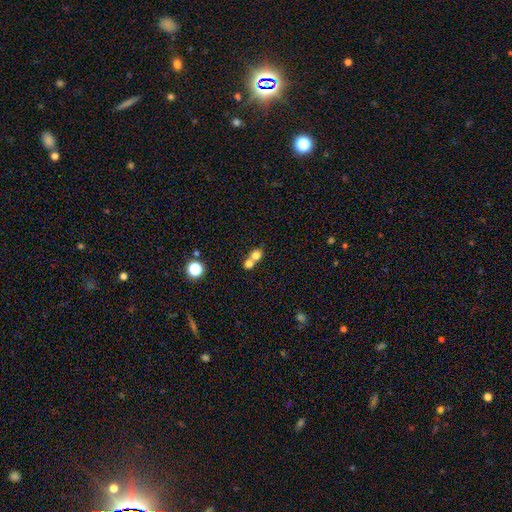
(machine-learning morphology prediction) smooth-or-featured: smooth: 75% | featured or disk: 13% | star or artifact: 12%
  how-rounded: round: 75% | in between: 24% | cigar-shaped: 1%
  merging: merger: 62% | none: 30% | minor disturbance: 5% | major disturbance: 3%